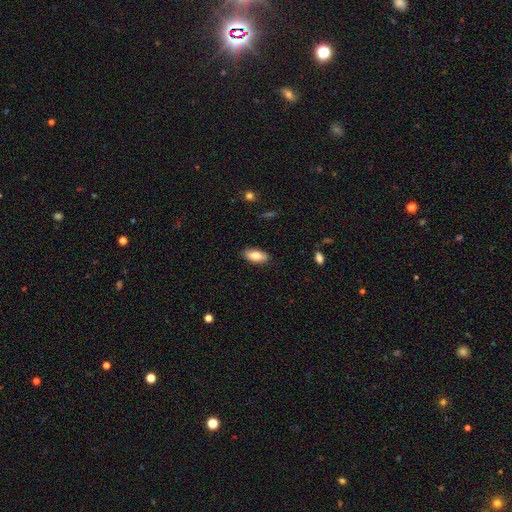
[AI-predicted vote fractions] smooth-or-featured: smooth: 79% | featured or disk: 14% | star or artifact: 7%
  how-rounded: in between: 89% | cigar-shaped: 9% | round: 3%
  merging: none: 87% | minor disturbance: 10% | major disturbance: 2% | merger: 1%